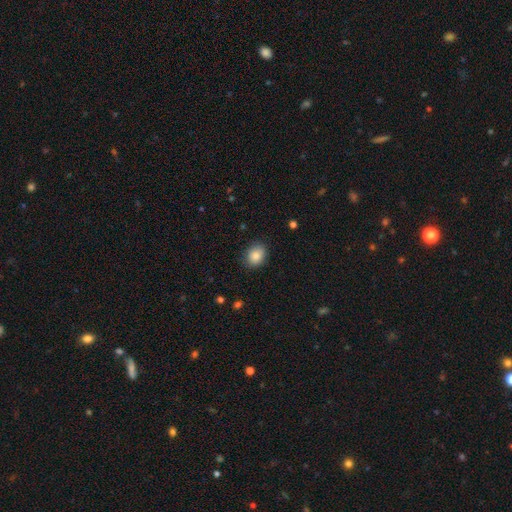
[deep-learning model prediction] Q: Smooth or featured?
A: smooth (85%); runner-up: star or artifact (8%)
Q: How rounded?
A: in between (54%); runner-up: round (45%)
Q: Merging?
A: none (85%); runner-up: minor disturbance (12%)